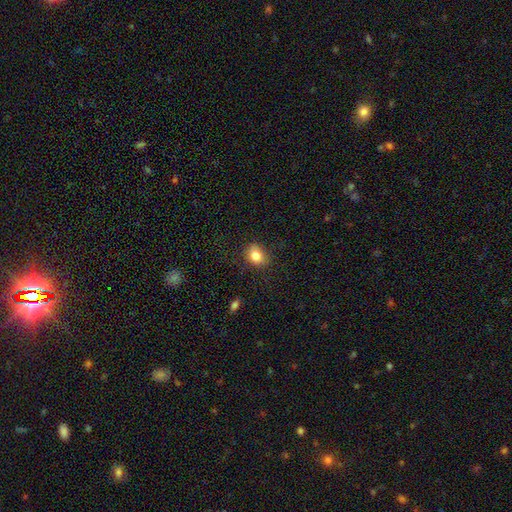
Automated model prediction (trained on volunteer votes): A smooth galaxy with no disk features (84%) that is in between round and cigar-shaped (56%).

Vote fractions:
- Smooth or featured? smooth: 84% / star or artifact: 10% / featured or disk: 7%
- How rounded? in between: 56% / round: 43% / cigar-shaped: 1%
- Merging? none: 79% / minor disturbance: 16% / major disturbance: 4% / merger: 1%